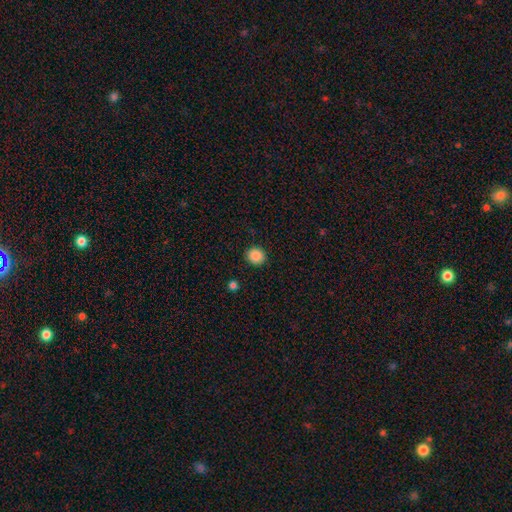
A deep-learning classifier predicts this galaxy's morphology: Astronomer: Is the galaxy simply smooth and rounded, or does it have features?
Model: smooth — 88%.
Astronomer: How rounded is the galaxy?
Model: round — 88%.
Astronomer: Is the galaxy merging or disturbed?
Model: none — 91%.